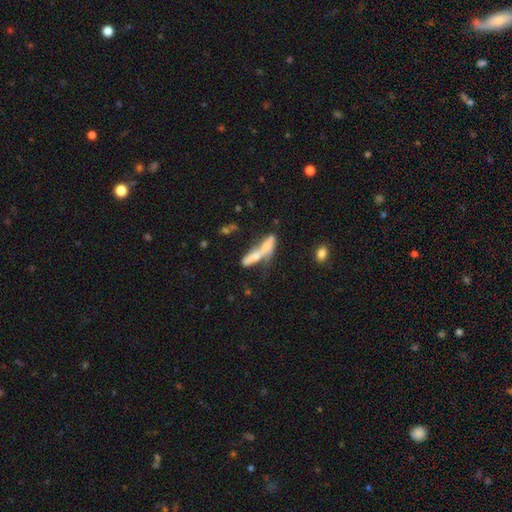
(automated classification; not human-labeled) Q: Smooth or featured?
A: smooth (51%); runner-up: featured or disk (39%)
Q: How rounded?
A: cigar-shaped (68%); runner-up: in between (29%)
Q: Merging?
A: merger (50%); runner-up: none (22%)